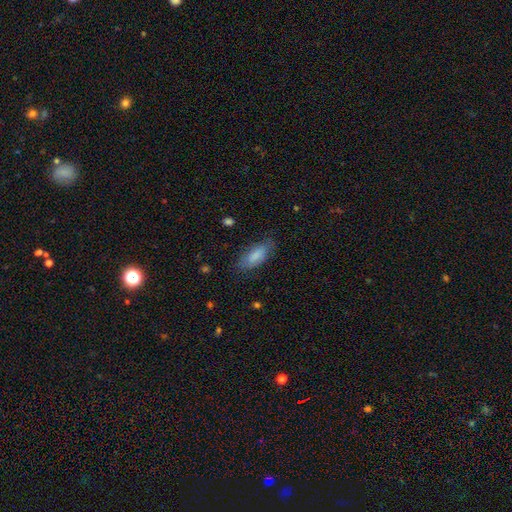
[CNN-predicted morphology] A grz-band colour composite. It shows a smooth galaxy with no disk features (83%) that is in between round and cigar-shaped (78%). Merging: none (75%).